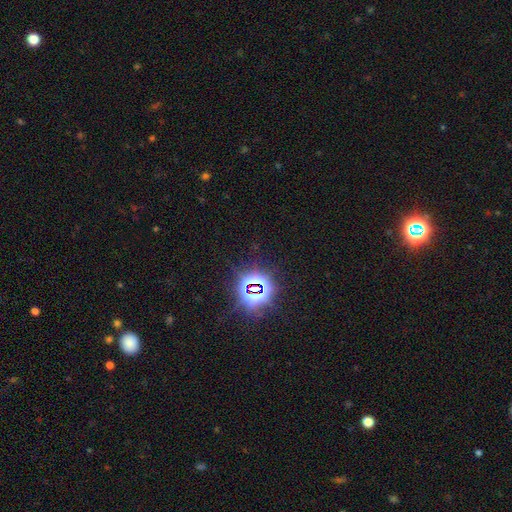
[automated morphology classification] smooth_or_featured: star or artifact (p=0.81) [alt: smooth p=0.11]